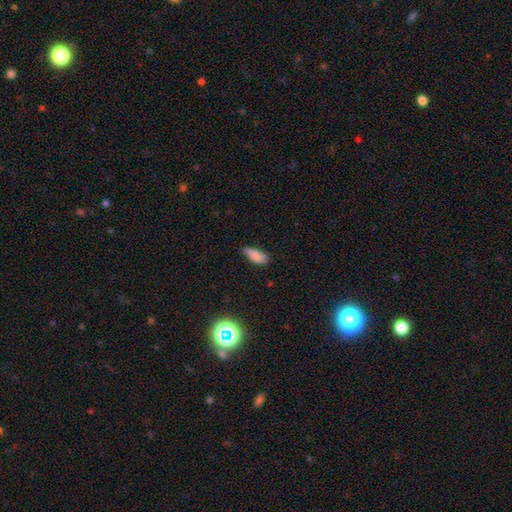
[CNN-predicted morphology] Smooth or featured: smooth — 82% (star or artifact — 9%)
How rounded: in between — 80% (cigar-shaped — 18%)
Merging: none — 65% (minor disturbance — 28%)